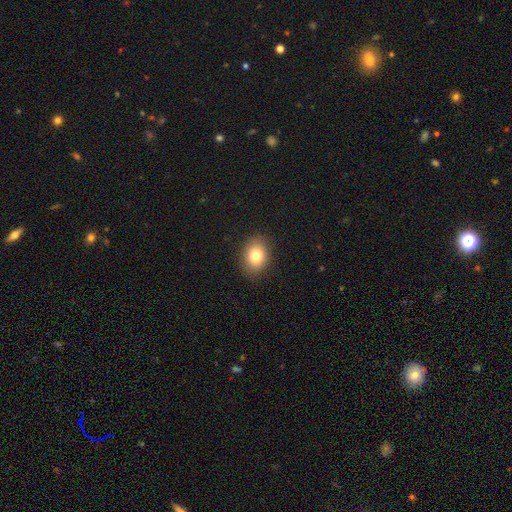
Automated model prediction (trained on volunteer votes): This appears to be a smooth galaxy with no disk features (80%) that is in between round and cigar-shaped (62%). Merging: none (88%).